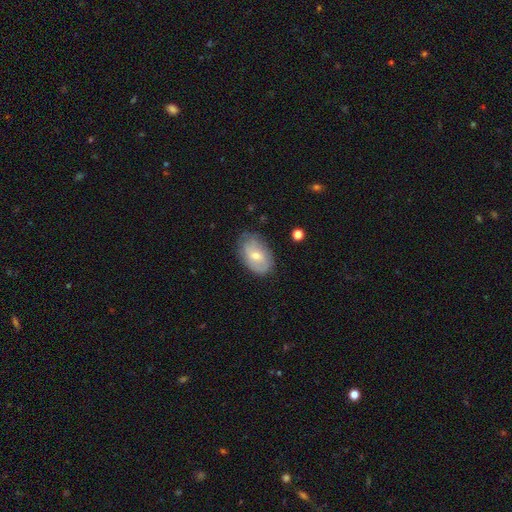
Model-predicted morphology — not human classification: type=smooth (56%); roundness=in between (87%); merging=none (72%).